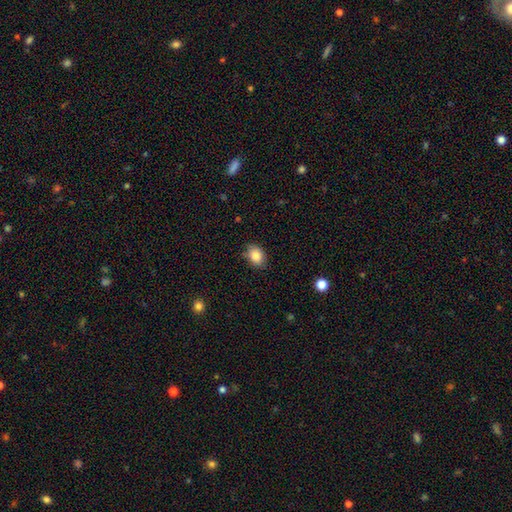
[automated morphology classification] Smooth or featured?
  - smooth: 85% *
  - star or artifact: 8%
  - featured or disk: 6%
How rounded?
  - in between: 72% *
  - round: 27%
  - cigar-shaped: 1%
Merging?
  - none: 81% *
  - minor disturbance: 15%
  - major disturbance: 3%
  - merger: 1%